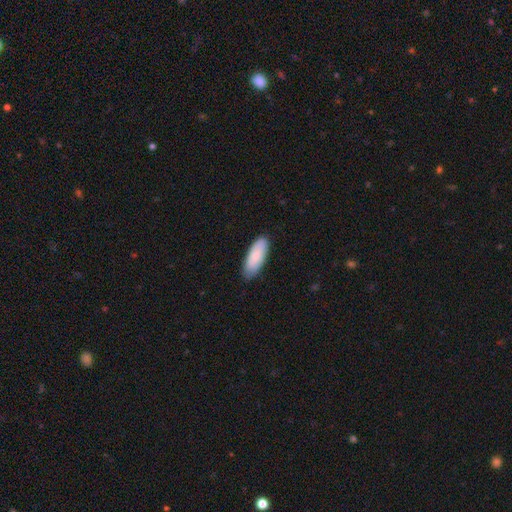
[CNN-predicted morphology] Smooth or featured: smooth — 84% (featured or disk — 11%)
How rounded: in between — 73% (cigar-shaped — 25%)
Merging: none — 84% (minor disturbance — 13%)